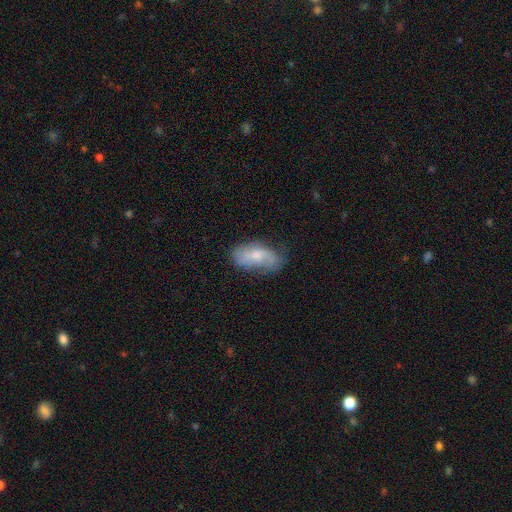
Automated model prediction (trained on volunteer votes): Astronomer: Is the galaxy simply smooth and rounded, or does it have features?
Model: smooth — 50% (runner-up: featured or disk, 42%).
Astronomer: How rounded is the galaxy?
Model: in between — 91%.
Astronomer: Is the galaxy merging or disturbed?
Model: none — 59%.